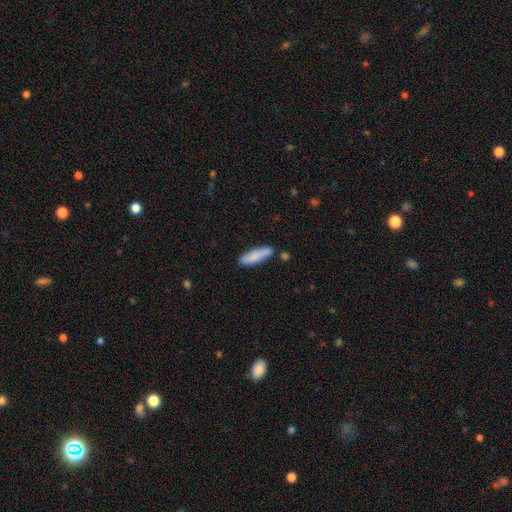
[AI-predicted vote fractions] This appears to be a smooth galaxy with no disk features (79%) that is cigar-shaped (66%). Merging: none (80%).